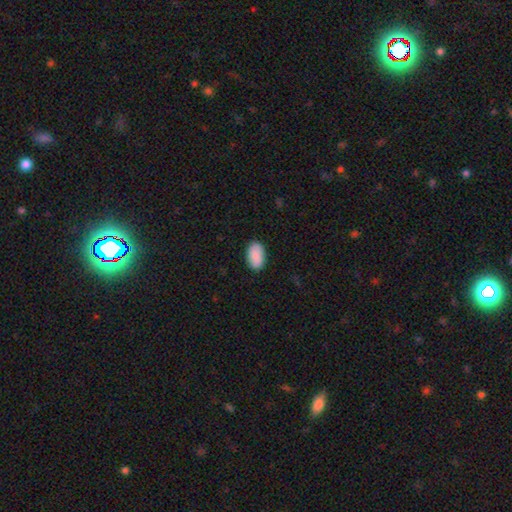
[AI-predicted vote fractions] The model was most divided on "merging": none: 87%, minor disturbance: 10%, major disturbance: 2%, merger: 1%. More confident: how rounded — in between (94%); smooth or featured — smooth (89%).